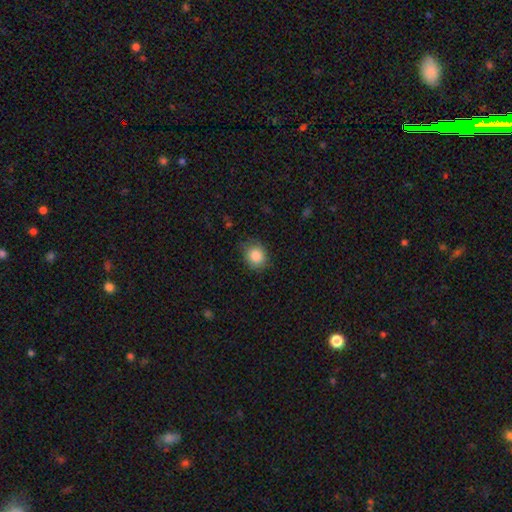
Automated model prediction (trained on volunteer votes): smooth 86%, star or artifact 9%, featured or disk 6%. Down the decision tree: how rounded — round (71%); merging — none (77%).